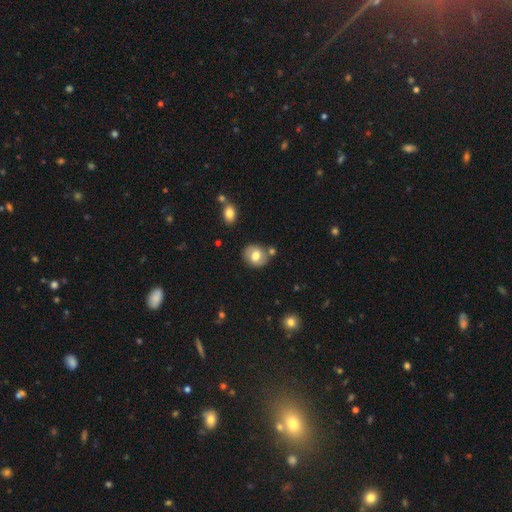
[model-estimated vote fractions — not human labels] Smooth or featured? Predicted: smooth (p=0.63). How rounded? Predicted: round (p=0.61). Merging? Predicted: none (p=0.74).